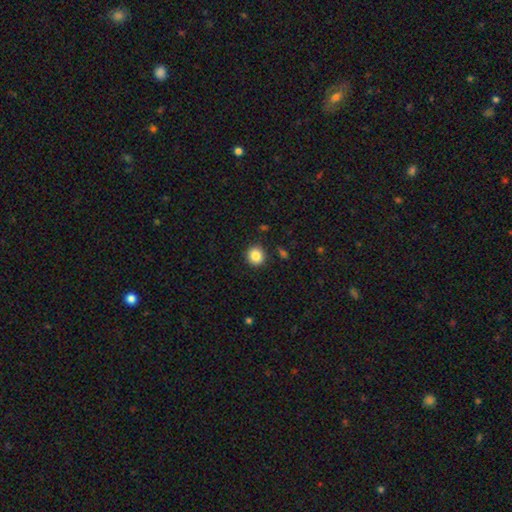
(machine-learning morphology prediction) A smooth galaxy with no disk features (86%) that is round (88%). Merging: none (90%).